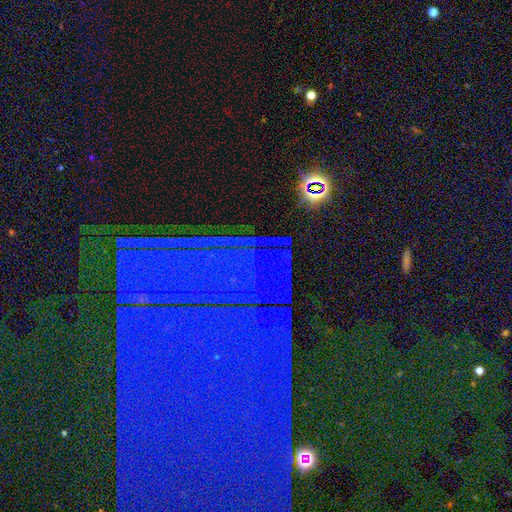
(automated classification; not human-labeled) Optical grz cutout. It shows a star or artifact, not a galaxy (84%).